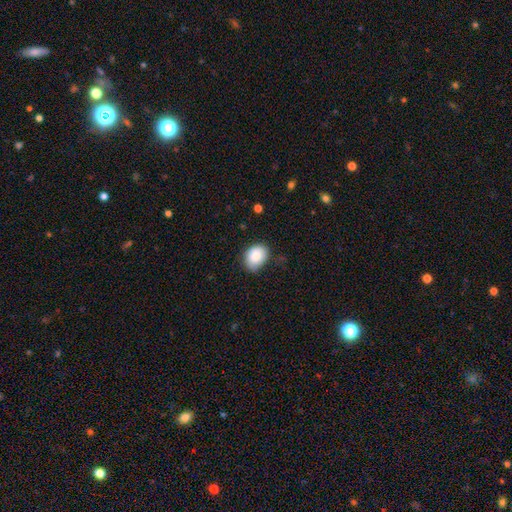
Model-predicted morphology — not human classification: smooth-or-featured: smooth: 86% | star or artifact: 7% | featured or disk: 7%
  how-rounded: in between: 64% | round: 35% | cigar-shaped: 1%
  merging: none: 66% | minor disturbance: 28% | major disturbance: 5% | merger: 2%